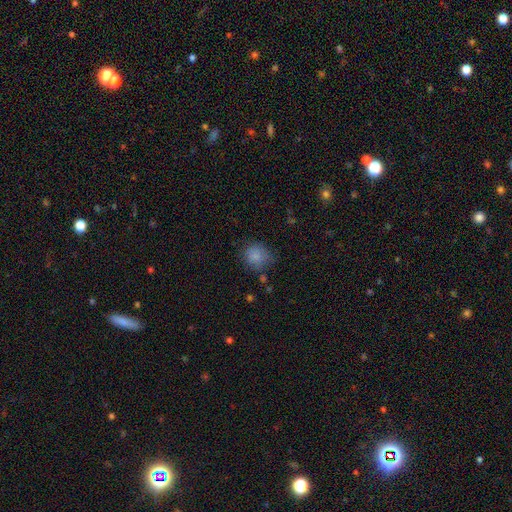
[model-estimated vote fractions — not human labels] Smooth or featured?
  - smooth: 83% *
  - star or artifact: 10%
  - featured or disk: 7%
How rounded?
  - round: 81% *
  - in between: 18%
  - cigar-shaped: 1%
Merging?
  - none: 67% *
  - minor disturbance: 23%
  - major disturbance: 7%
  - merger: 3%